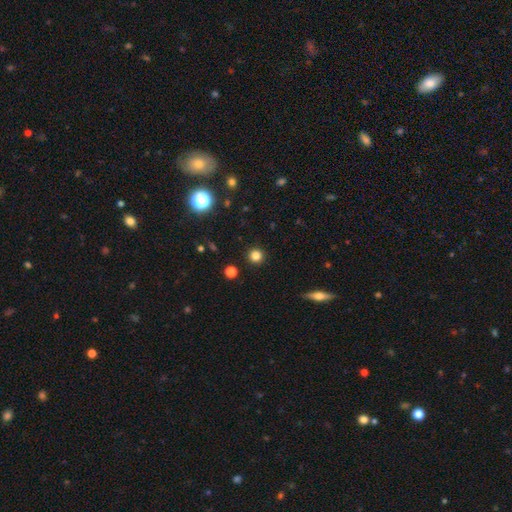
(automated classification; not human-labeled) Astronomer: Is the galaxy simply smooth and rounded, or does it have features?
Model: smooth — 81%.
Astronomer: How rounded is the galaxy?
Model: round — 95%.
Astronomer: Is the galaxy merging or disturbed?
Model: none — 92%.